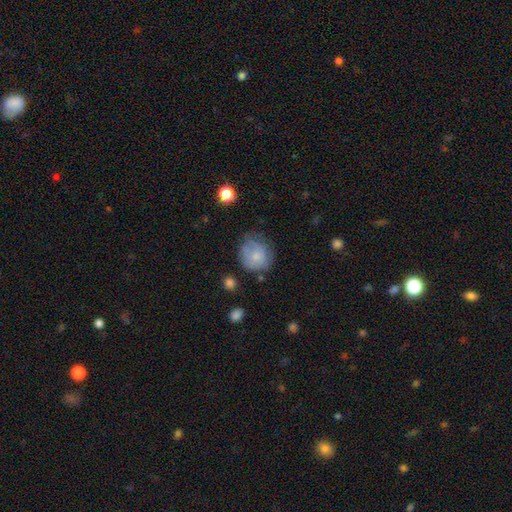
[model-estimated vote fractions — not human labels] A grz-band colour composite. It shows a smooth galaxy with no disk features (71%) that is round (80%). Merging: none (50%).